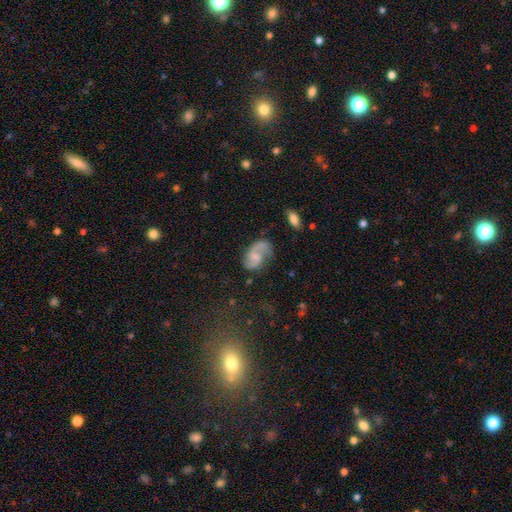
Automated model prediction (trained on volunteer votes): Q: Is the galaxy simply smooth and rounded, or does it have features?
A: featured or disk — 73%.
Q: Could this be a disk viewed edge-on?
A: no — 98%.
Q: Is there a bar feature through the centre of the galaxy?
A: no — 49%.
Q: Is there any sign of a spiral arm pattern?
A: yes — 93%.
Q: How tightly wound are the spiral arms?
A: loose — 47%.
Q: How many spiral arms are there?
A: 2 — 85%.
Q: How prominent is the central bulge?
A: small — 39%.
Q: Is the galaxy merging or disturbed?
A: none — 62%.